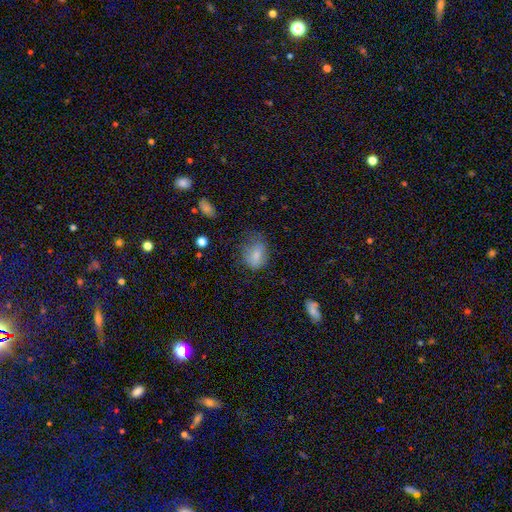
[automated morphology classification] Smooth or featured: smooth — 78% (featured or disk — 12%)
How rounded: in between — 70% (round — 29%)
Merging: none — 46% (minor disturbance — 32%)